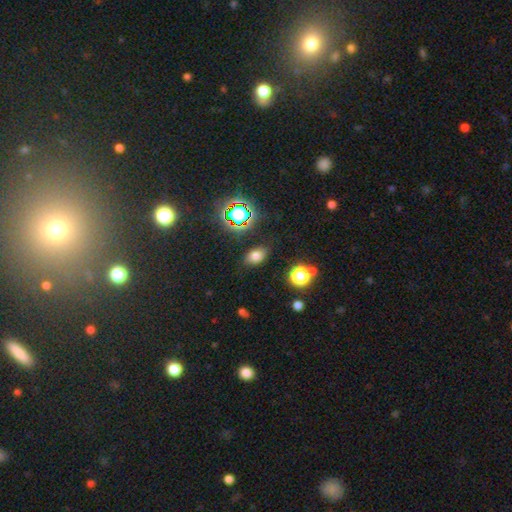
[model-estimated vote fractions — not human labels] Smooth or featured?
  - smooth: 70% *
  - star or artifact: 20%
  - featured or disk: 9%
How rounded?
  - in between: 81% *
  - round: 18%
  - cigar-shaped: 2%
Merging?
  - none: 82% *
  - minor disturbance: 12%
  - major disturbance: 4%
  - merger: 2%